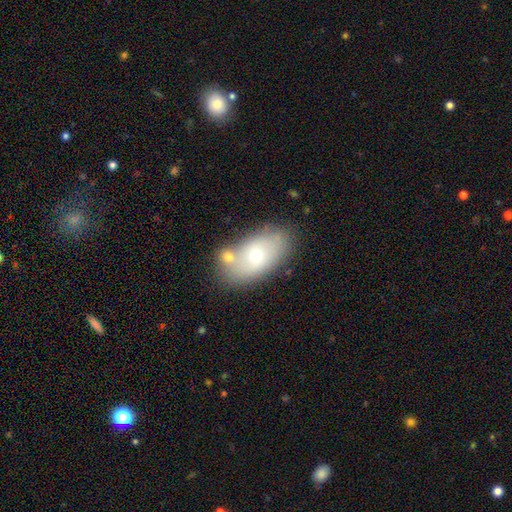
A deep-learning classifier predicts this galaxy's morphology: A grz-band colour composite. It shows a smooth galaxy with no disk features (63%) that is in between round and cigar-shaped (91%). Merging: none (65%).